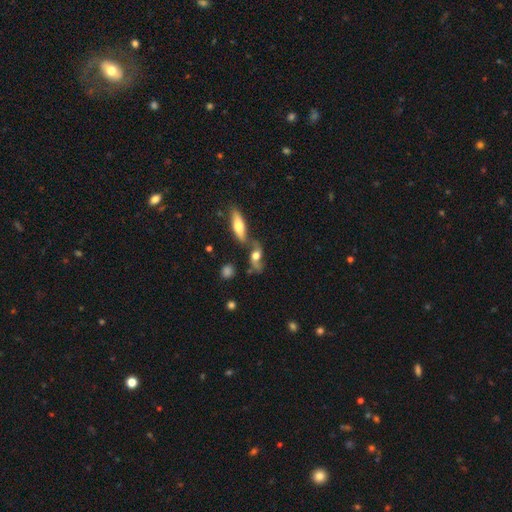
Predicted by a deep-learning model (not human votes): Smooth or featured: featured or disk — 50% (smooth — 39%)
Edge-on disk: no — 65% (yes — 35%)
Merging: none — 41% (merger — 33%)